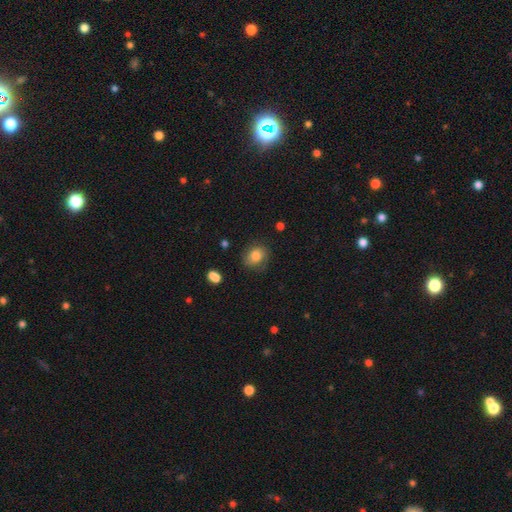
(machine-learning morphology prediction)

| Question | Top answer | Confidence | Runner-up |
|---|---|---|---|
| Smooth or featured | smooth | 78% | featured or disk (13%) |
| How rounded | round | 53% | in between (46%) |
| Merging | none | 70% | minor disturbance (21%) |